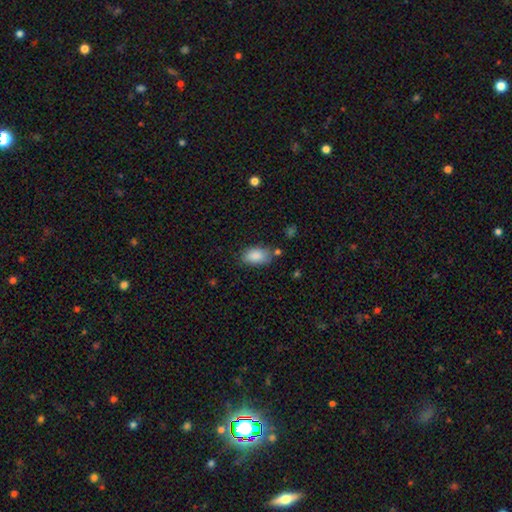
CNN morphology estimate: Q: Smooth or featured?
A: smooth (87%); runner-up: star or artifact (7%)
Q: How rounded?
A: in between (92%); runner-up: round (6%)
Q: Merging?
A: none (69%); runner-up: minor disturbance (21%)